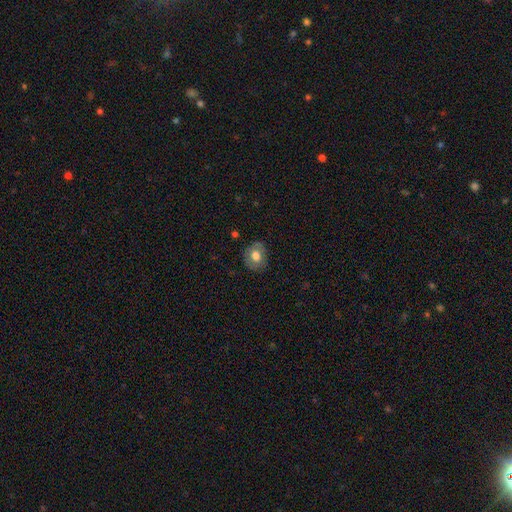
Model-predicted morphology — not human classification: Smooth or featured? smooth (69%)
How rounded? round (66%)
Merging? none (82%)